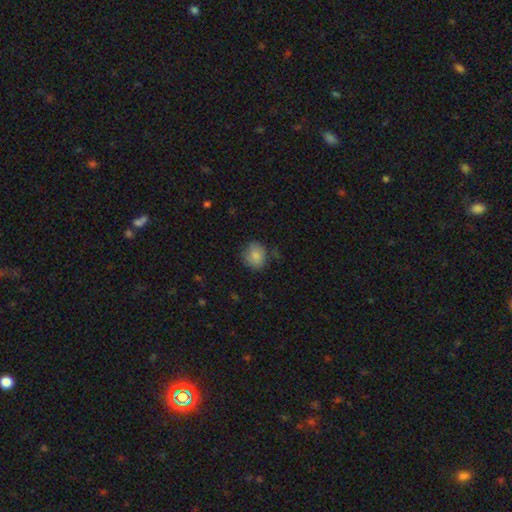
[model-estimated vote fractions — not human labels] Smooth or featured: smooth — 82% (featured or disk — 10%)
How rounded: round — 71% (in between — 28%)
Merging: none — 72% (minor disturbance — 21%)